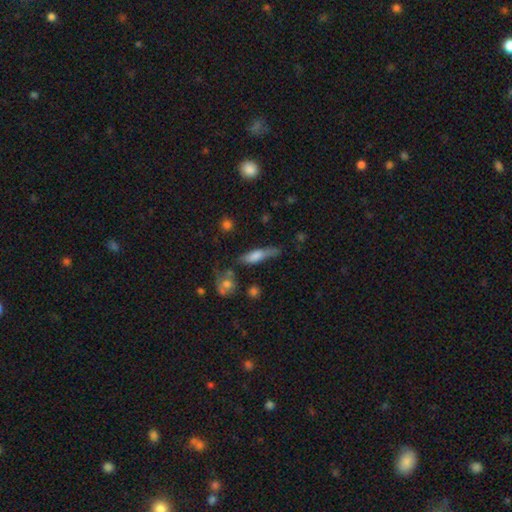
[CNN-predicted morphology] Smooth or featured?
  - smooth: 59% *
  - featured or disk: 33%
  - star or artifact: 8%
How rounded?
  - cigar-shaped: 66% *
  - in between: 31%
  - round: 3%
Merging?
  - none: 57% *
  - minor disturbance: 27%
  - major disturbance: 10%
  - merger: 6%